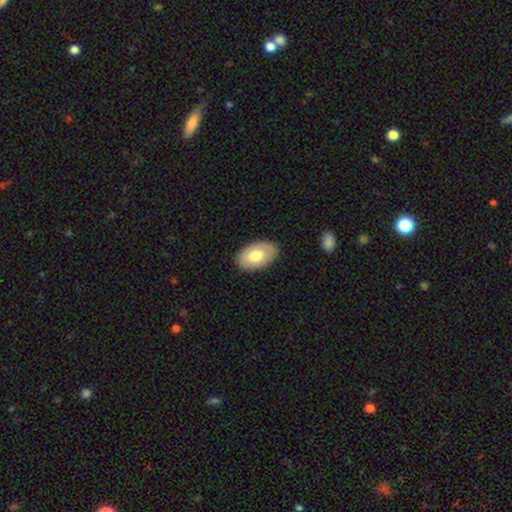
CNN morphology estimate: Smooth or featured? smooth (71%)
How rounded? in between (93%)
Merging? none (86%)